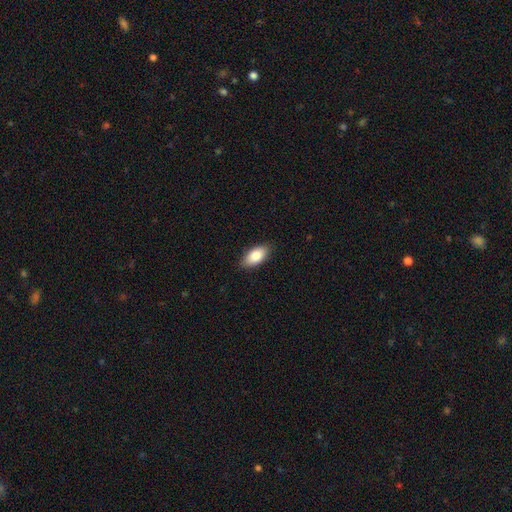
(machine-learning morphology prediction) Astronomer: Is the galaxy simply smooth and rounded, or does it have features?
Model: smooth — 83%.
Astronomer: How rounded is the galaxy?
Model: in between — 92%.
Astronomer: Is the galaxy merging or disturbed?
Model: none — 88%.